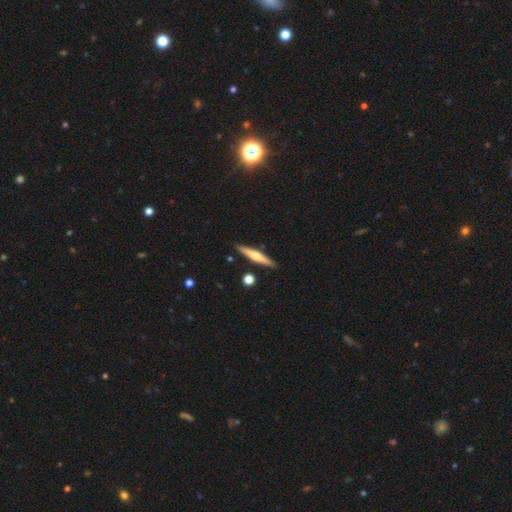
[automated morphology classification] Smooth or featured: featured or disk — 52% (smooth — 42%)
Edge-on disk: yes — 96% (no — 4%)
Merging: none — 89% (minor disturbance — 7%)